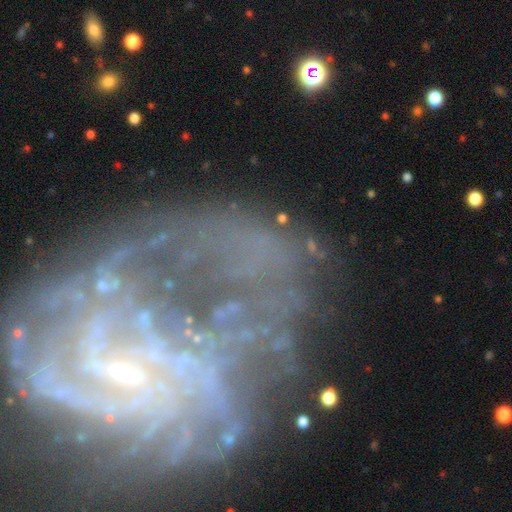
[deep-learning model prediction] Smooth or featured? featured or disk (76%)
Edge-on disk? no (95%)
Bar? no (41%)
Spiral arms? yes (77%)
Spiral winding? tight (55%)
Spiral arm count? can't tell (40%)
Bulge size? small (56%)
Merging? none (55%)